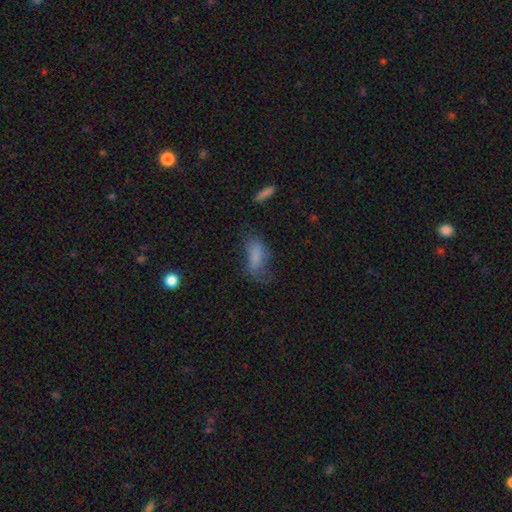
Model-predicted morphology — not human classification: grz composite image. It shows a smooth galaxy with no disk features (73%) that is in between round and cigar-shaped (79%). Merging: none (41%).